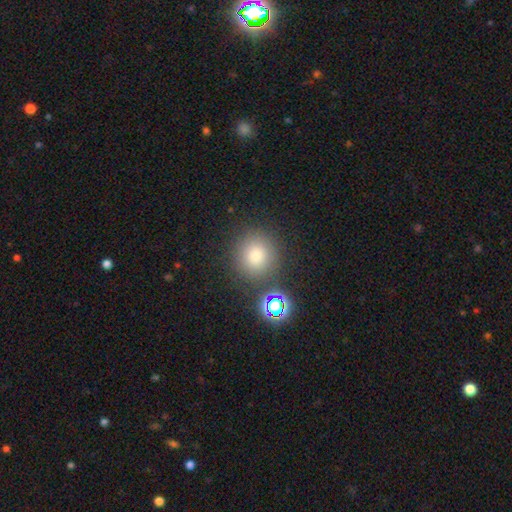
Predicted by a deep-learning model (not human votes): Smooth or featured: smooth — 76% (star or artifact — 17%)
How rounded: round — 90% (in between — 9%)
Merging: none — 81% (minor disturbance — 8%)